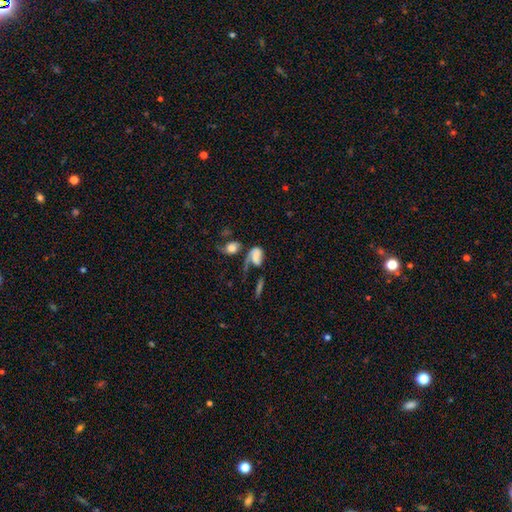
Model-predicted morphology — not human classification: A smooth galaxy with no disk features (50%).

Vote fractions:
- Smooth or featured? smooth: 50% / featured or disk: 38% / star or artifact: 12%
- Merging? merger: 34% / major disturbance: 30% / none: 23% / minor disturbance: 13%